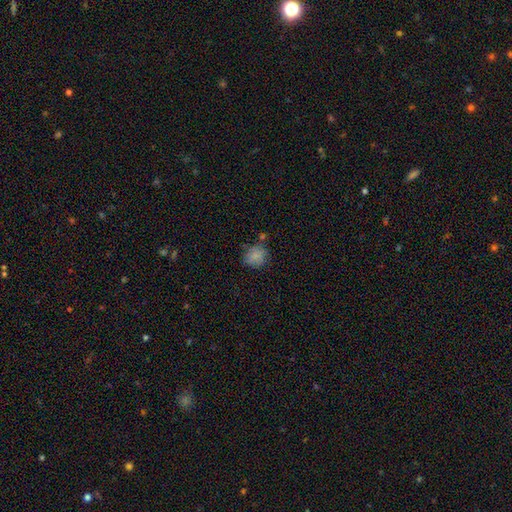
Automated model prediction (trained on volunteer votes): This appears to be a smooth galaxy with no disk features (80%) that is round (73%). Merging: none (66%).